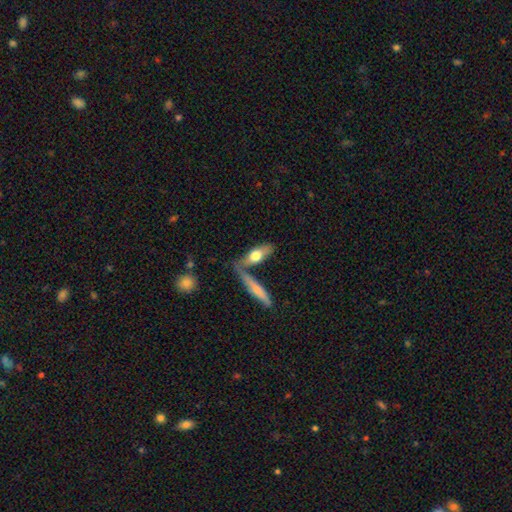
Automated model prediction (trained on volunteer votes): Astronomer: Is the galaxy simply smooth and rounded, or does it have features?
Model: smooth — 62%.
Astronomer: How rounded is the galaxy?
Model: in between — 59% (runner-up: cigar-shaped, 37%).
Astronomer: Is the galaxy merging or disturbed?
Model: none — 50% (runner-up: merger, 31%).